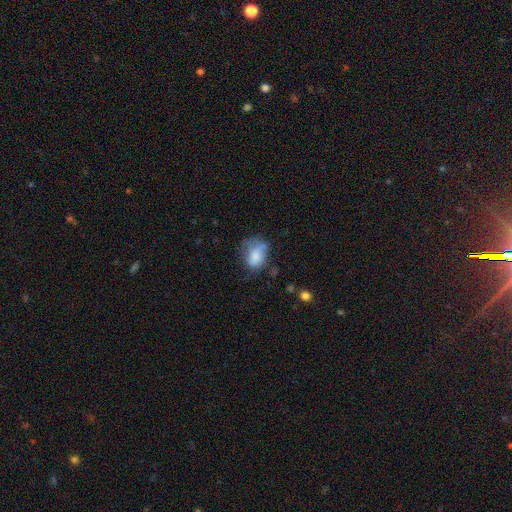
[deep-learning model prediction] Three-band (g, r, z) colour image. It shows a smooth galaxy with no disk features (70%) that is in between round and cigar-shaped (78%). Merging: minor disturbance (34%).